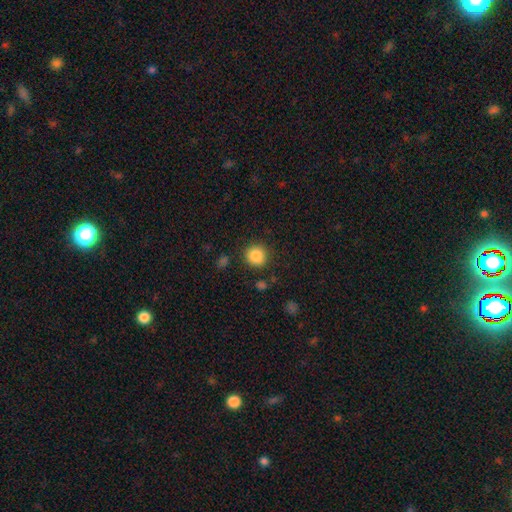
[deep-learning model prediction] Smooth or featured? Predicted: smooth (p=0.86). How rounded? Predicted: round (p=0.92). Merging? Predicted: none (p=0.88).